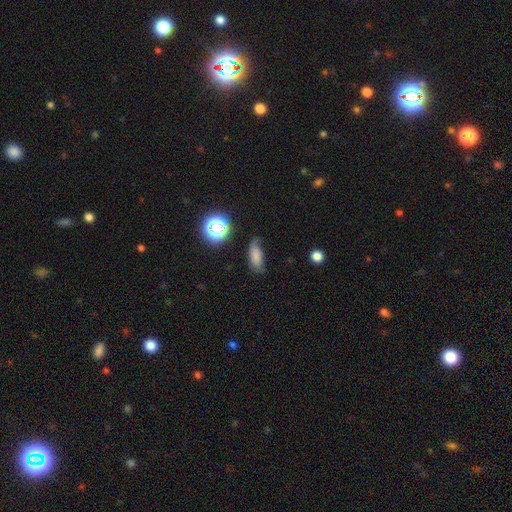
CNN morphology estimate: smooth-or-featured: smooth: 71% | featured or disk: 16% | star or artifact: 14%
  how-rounded: in between: 82% | cigar-shaped: 11% | round: 7%
  merging: none: 54% | minor disturbance: 32% | major disturbance: 11% | merger: 3%